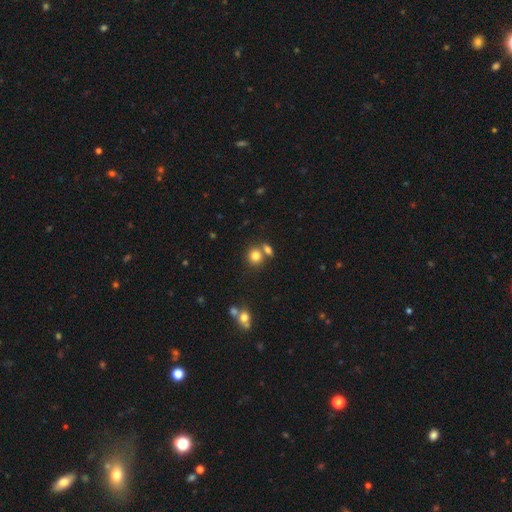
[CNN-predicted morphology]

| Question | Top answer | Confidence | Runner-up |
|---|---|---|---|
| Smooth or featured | smooth | 80% | star or artifact (11%) |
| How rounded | round | 80% | in between (18%) |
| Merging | none | 57% | merger (30%) |